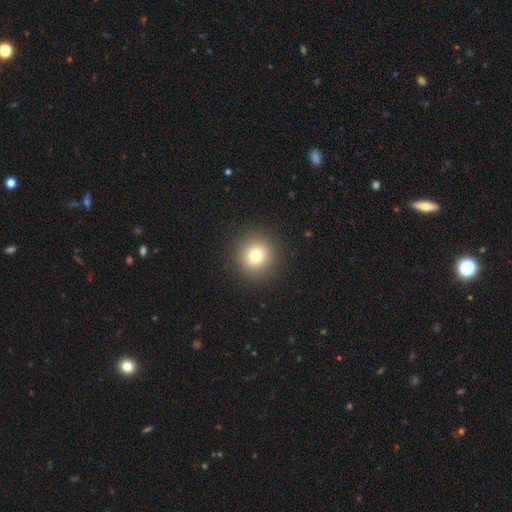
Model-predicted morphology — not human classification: Smooth or featured? Predicted: smooth (p=0.77). How rounded? Predicted: round (p=0.93). Merging? Predicted: none (p=0.91).